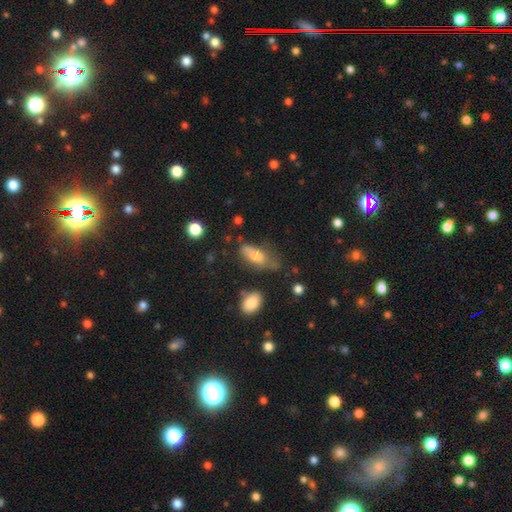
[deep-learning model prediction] This is likely a smooth galaxy (70%). How rounded: likely in between (78%). Merging: marginally none (38%).